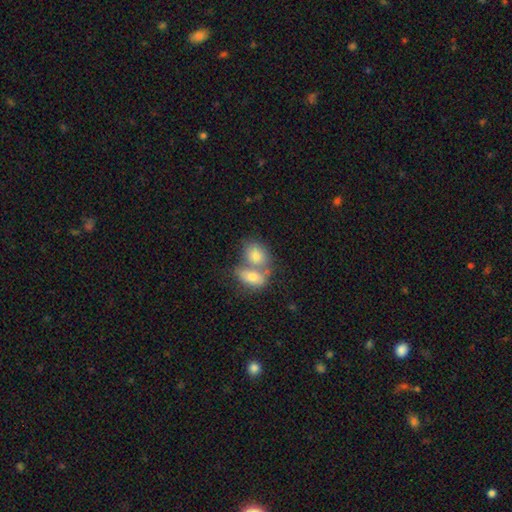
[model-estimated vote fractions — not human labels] Smooth or featured? Predicted: smooth (p=0.76). How rounded? Predicted: in between (p=0.74). Merging? Predicted: merger (p=0.63).